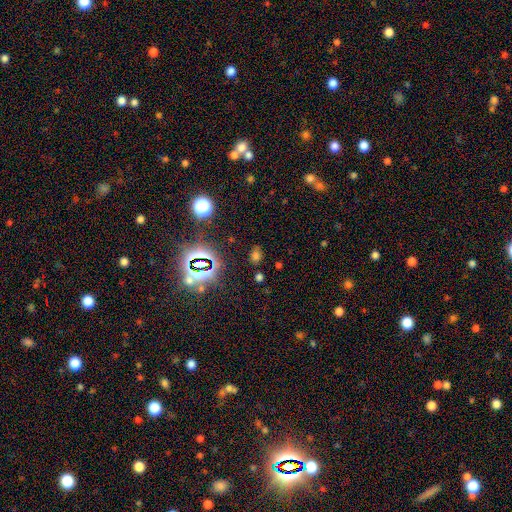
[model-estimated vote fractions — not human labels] smooth-or-featured: smooth: 51% | star or artifact: 42% | featured or disk: 7%
  how-rounded: in between: 61% | round: 37% | cigar-shaped: 2%
  merging: none: 79% | minor disturbance: 13% | major disturbance: 5% | merger: 4%